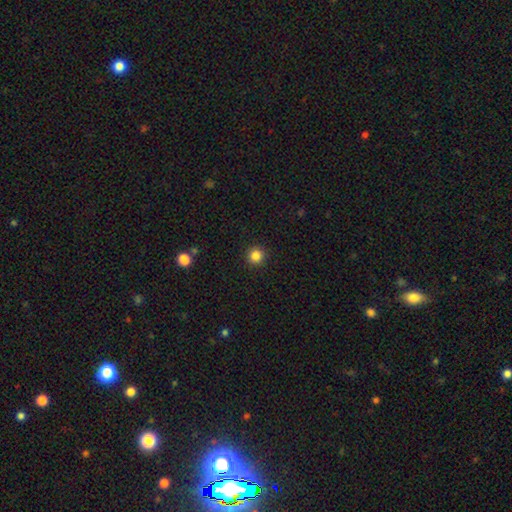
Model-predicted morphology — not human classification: The model was most divided on "smooth or featured": smooth: 85%, star or artifact: 12%, featured or disk: 4%. More confident: how rounded — round (95%); merging — none (92%).